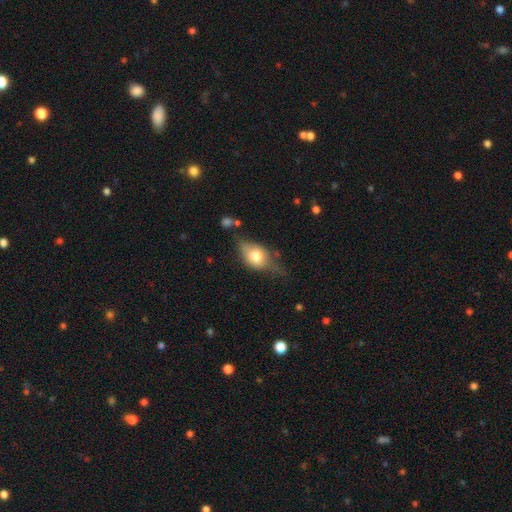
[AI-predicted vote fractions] smooth 68%, featured or disk 24%, star or artifact 8%. Down the decision tree: how rounded — in between (75%); merging — none (41%).